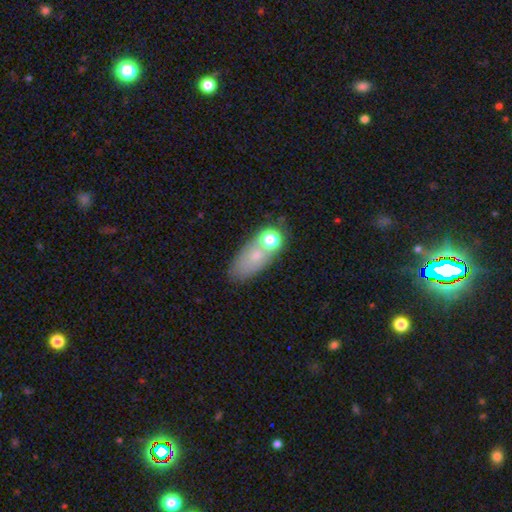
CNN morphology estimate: A smooth galaxy with no disk features (63%) that is in between round and cigar-shaped (76%). Merging: none (57%).